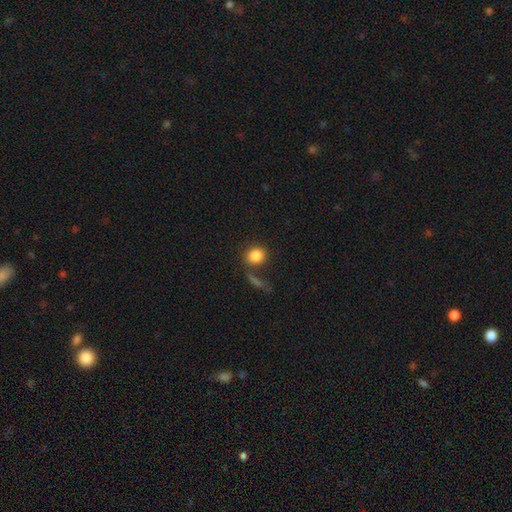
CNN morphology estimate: Smooth or featured? smooth (85%)
How rounded? round (73%)
Merging? none (68%)